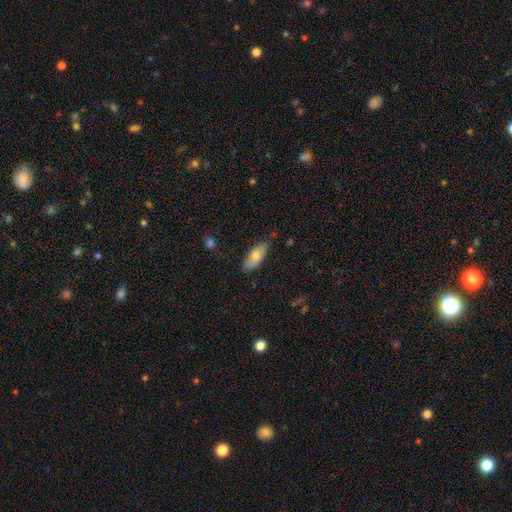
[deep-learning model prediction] Morphology: type=smooth (73%); roundness=in between (78%); merging=none (81%).